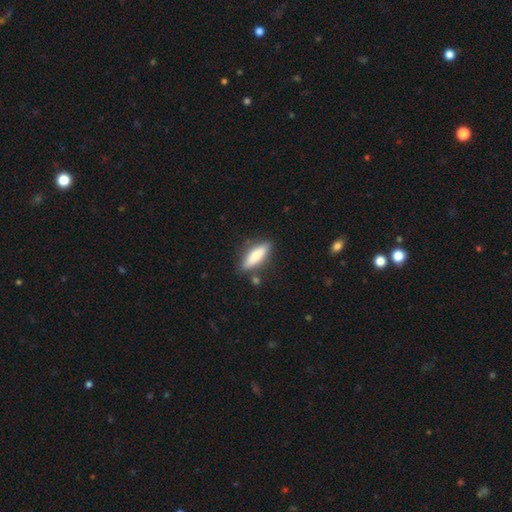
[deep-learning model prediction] Morphology: type=smooth (78%); roundness=in between (51%); merging=none (78%).